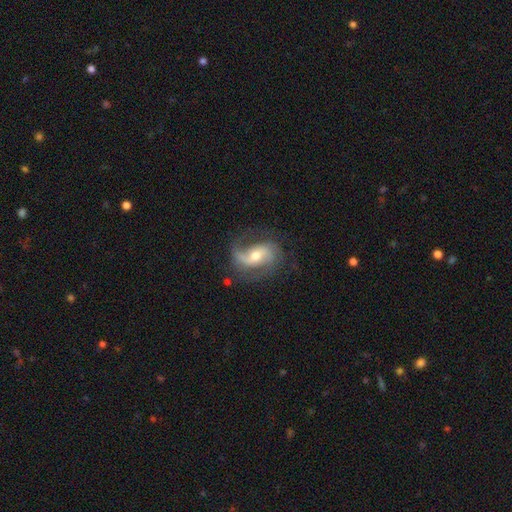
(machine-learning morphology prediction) A featured or disk galaxy (82%) with a weak bar (40%), 2 (70%) loose (43%) spiral arms (95%) and a moderate central bulge (62%).

Vote fractions:
- Smooth or featured? featured or disk: 82% / smooth: 11% / star or artifact: 6%
- Edge-on disk? no: 97% / yes: 3%
- Bar? weak: 40% / no: 39% / strong: 21%
- Spiral arms? yes: 95% / no: 5%
- Spiral winding? loose: 43% / medium: 42% / tight: 15%
- Spiral arm count? 2: 70% / 1: 18% / can't tell: 6% / 3: 3% / 4: 1% / more than 4: 1%
- Bulge size? moderate: 62% / small: 31% / large: 5% / none: 1% / dominant: 1%
- Merging? none: 65% / minor disturbance: 20% / major disturbance: 14% / merger: 2%